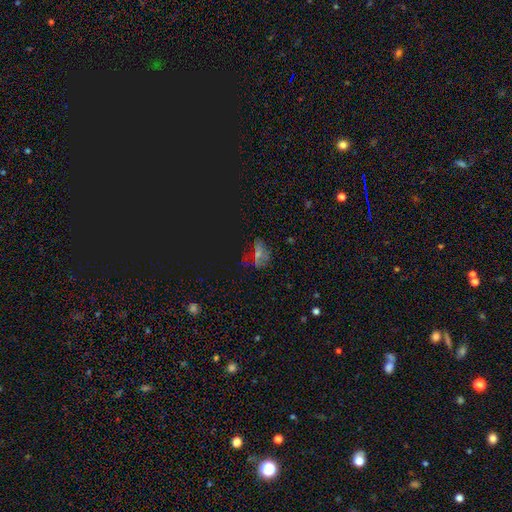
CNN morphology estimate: Smooth or featured? star or artifact (53%)